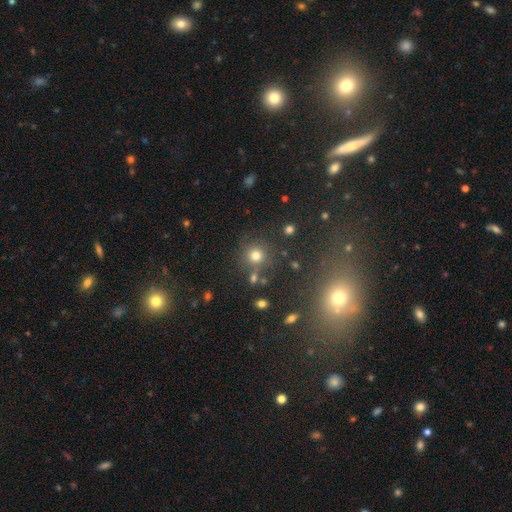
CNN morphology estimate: Q: Smooth or featured?
A: smooth (75%); runner-up: star or artifact (17%)
Q: How rounded?
A: round (91%); runner-up: in between (8%)
Q: Merging?
A: none (74%); runner-up: minor disturbance (11%)